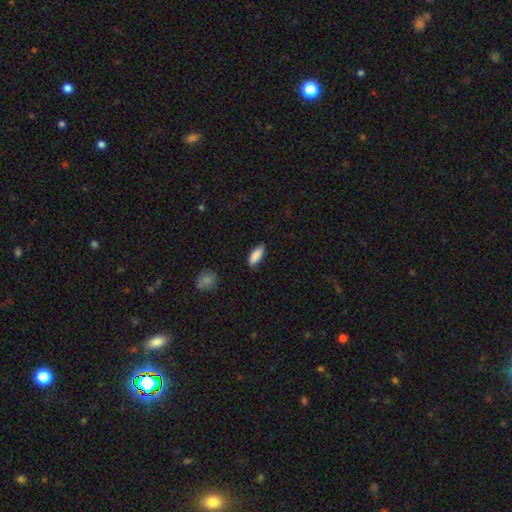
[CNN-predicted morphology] smooth 88%, star or artifact 6%, featured or disk 6%. Down the decision tree: how rounded — in between (77%); merging — none (82%).